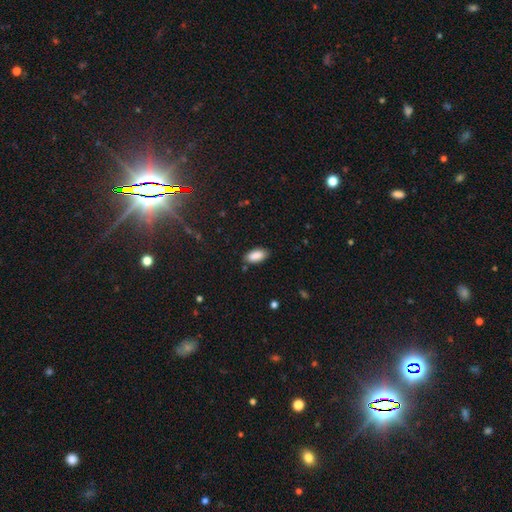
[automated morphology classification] type=smooth (89%); roundness=in between (92%); merging=none (82%).